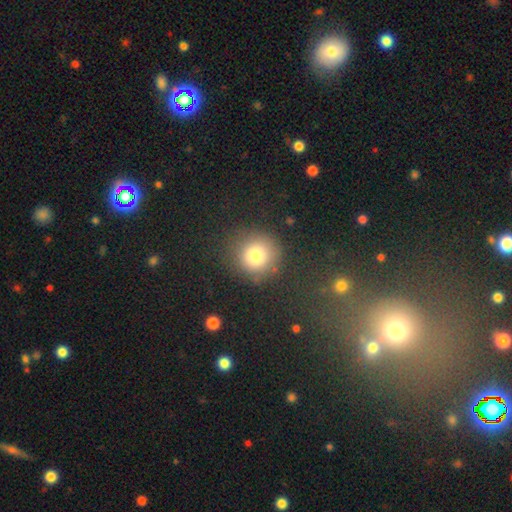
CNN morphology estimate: type=smooth (78%); roundness=round (92%); merging=none (83%).